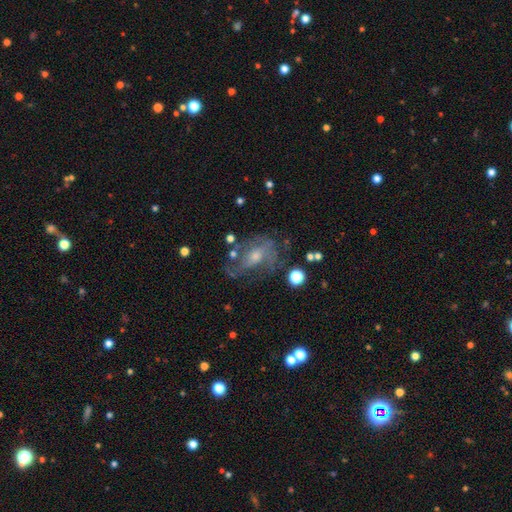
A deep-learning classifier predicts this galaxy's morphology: type=featured or disk (69%); edge-on=no (95%); bar=no (56%); spiral arms=yes (76%); bulge=moderate (49%); merging=none (54%).